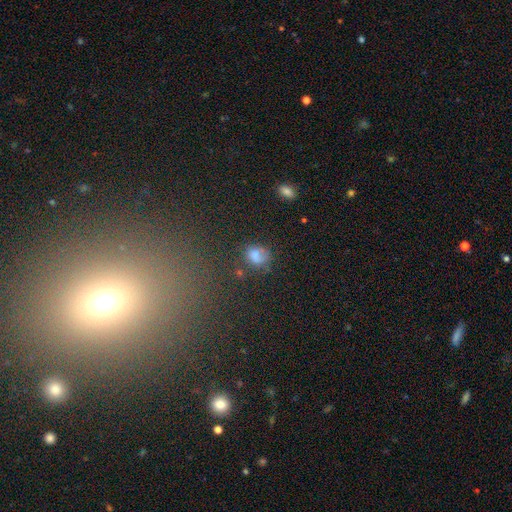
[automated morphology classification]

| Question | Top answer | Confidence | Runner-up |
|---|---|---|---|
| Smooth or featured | smooth | 68% | featured or disk (17%) |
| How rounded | round | 50% | in between (48%) |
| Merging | none | 47% | minor disturbance (27%) |